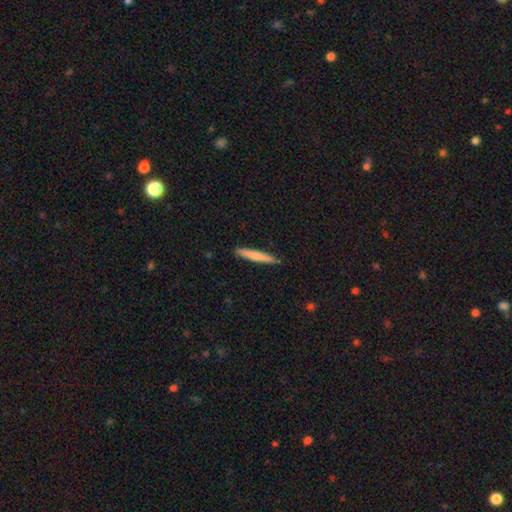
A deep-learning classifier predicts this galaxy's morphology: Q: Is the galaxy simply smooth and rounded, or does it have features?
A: smooth — 71%.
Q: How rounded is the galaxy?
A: cigar-shaped — 94%.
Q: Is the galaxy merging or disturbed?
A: none — 88%.